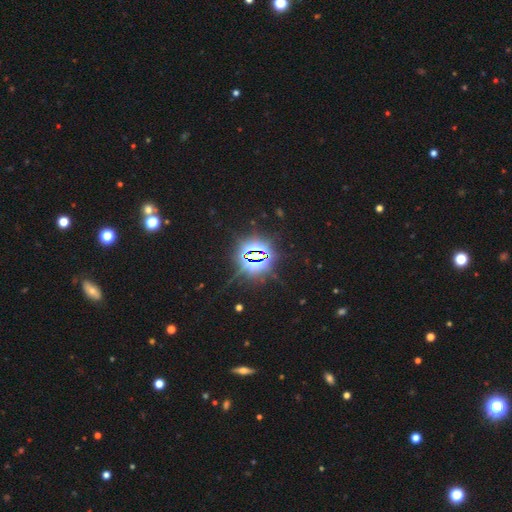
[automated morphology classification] star or artifact 83%, smooth 9%, featured or disk 7%.